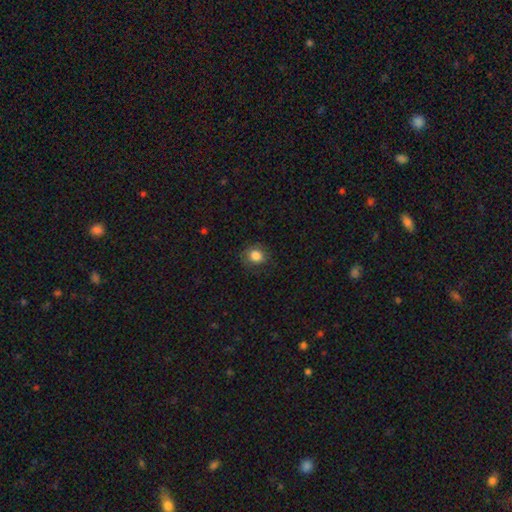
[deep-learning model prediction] Overall: smooth (84%). How rounded: round (79%). Merging: none (83%).